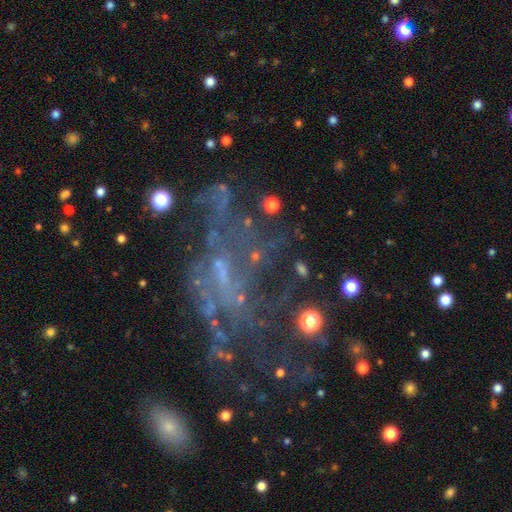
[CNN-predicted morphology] Smooth or featured? featured or disk (58%)
Edge-on disk? no (95%)
Bar? no (59%)
Spiral arms? no (53%)
Bulge size? none (55%)
Merging? none (40%)